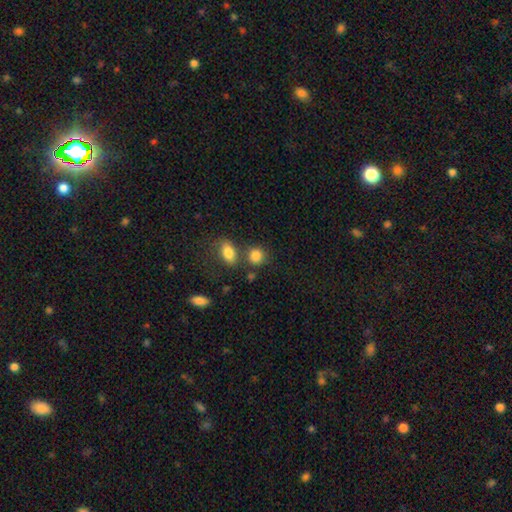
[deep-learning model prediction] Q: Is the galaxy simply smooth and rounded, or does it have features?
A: smooth — 84%.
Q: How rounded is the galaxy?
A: round — 72%.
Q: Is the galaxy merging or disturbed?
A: none — 62%.